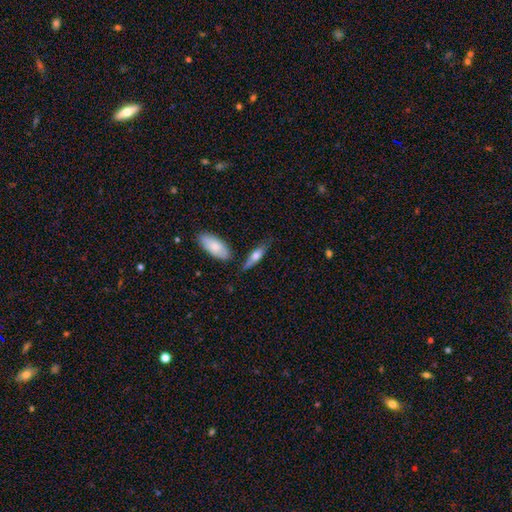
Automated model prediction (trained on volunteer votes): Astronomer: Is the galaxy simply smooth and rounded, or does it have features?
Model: smooth — 61%.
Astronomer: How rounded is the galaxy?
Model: cigar-shaped — 52% (runner-up: in between, 45%).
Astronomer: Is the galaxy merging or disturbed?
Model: none — 65%.